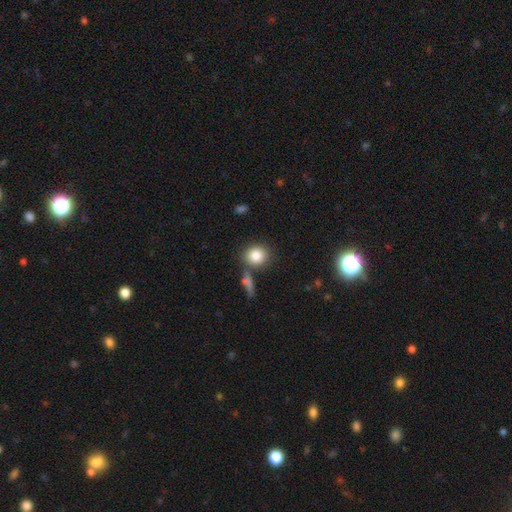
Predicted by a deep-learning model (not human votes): Smooth or featured? Predicted: smooth (p=0.84). How rounded? Predicted: round (p=0.76). Merging? Predicted: none (p=0.70).